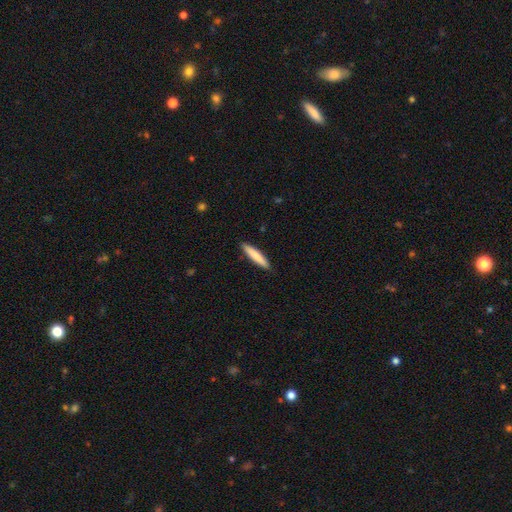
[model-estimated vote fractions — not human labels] This appears to be a smooth galaxy with no disk features (81%) that is cigar-shaped (89%). Merging: none (90%).